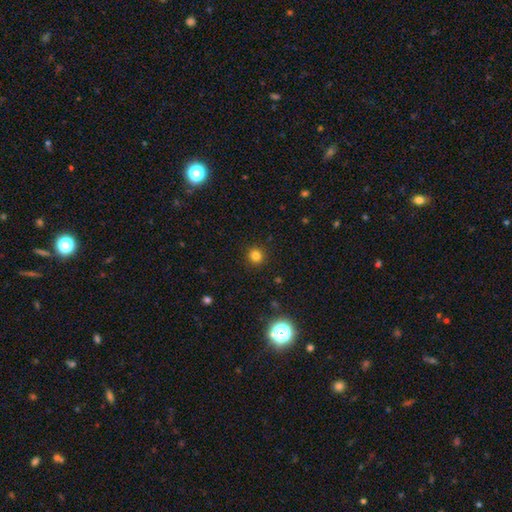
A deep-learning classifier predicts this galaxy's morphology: type=smooth (80%); roundness=round (94%); merging=none (92%).